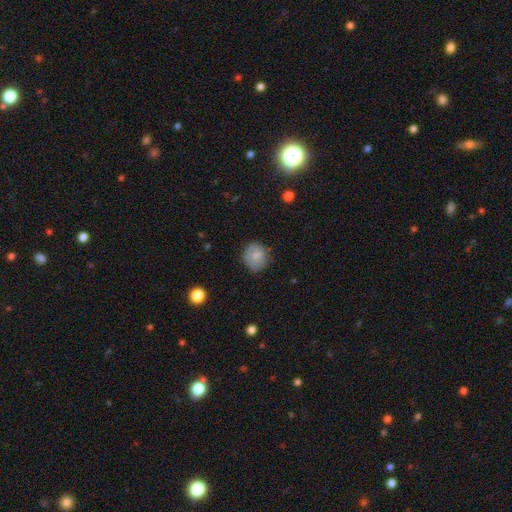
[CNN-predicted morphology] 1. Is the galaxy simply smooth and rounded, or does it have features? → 75% smooth, 17% featured or disk, 8% star or artifact.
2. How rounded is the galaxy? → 77% round, 22% in between, 1% cigar-shaped.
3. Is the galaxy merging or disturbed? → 76% none, 19% minor disturbance, 4% major disturbance, 1% merger.